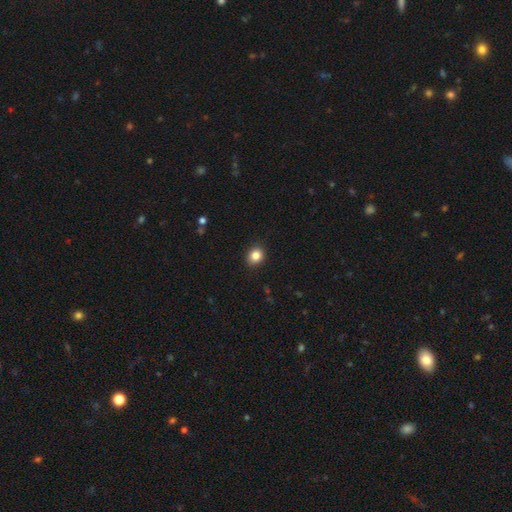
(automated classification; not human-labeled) Smooth or featured: smooth — 84% (star or artifact — 10%)
How rounded: round — 69% (in between — 30%)
Merging: none — 90% (minor disturbance — 7%)